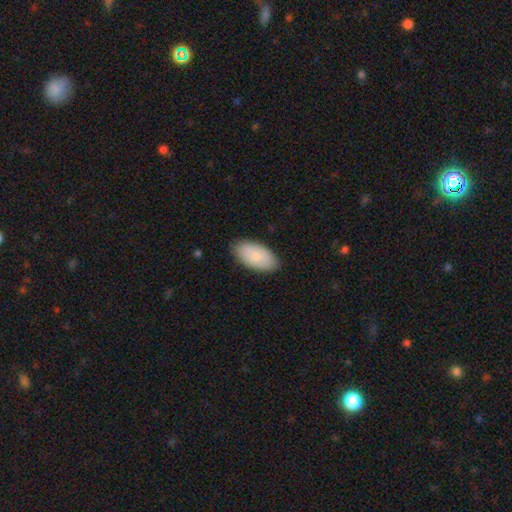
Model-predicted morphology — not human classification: A smooth galaxy with no disk features (83%) that is in between round and cigar-shaped (95%). Merging: none (85%).